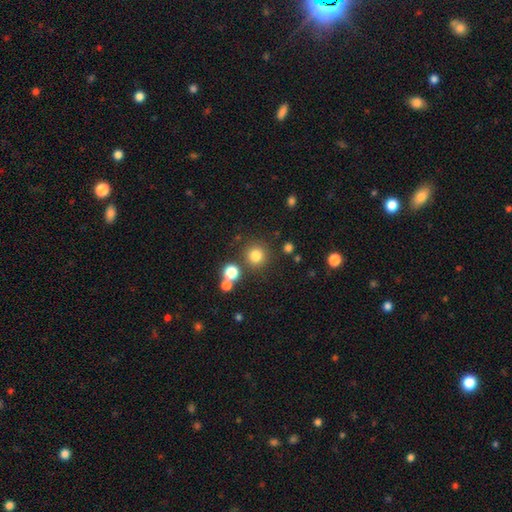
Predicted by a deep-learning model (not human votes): Overall: smooth (80%). How rounded: round (94%). Merging: none (83%).